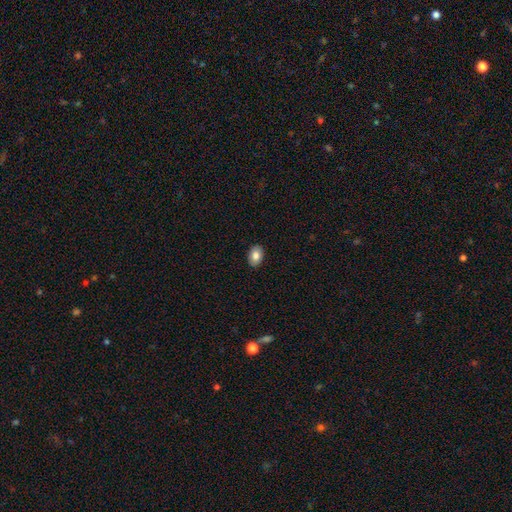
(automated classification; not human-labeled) Smooth or featured: smooth — 83% (featured or disk — 10%)
How rounded: in between — 82% (round — 17%)
Merging: none — 90% (minor disturbance — 8%)